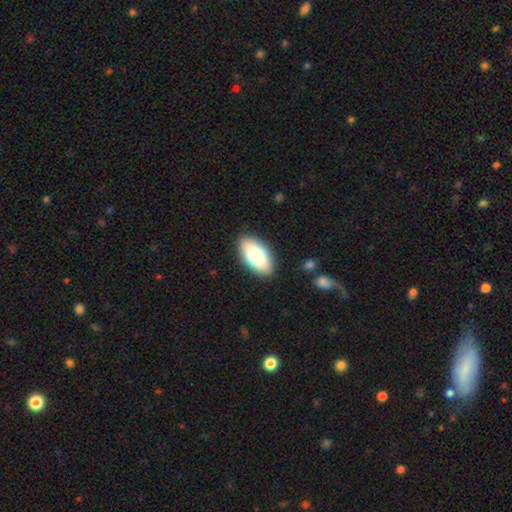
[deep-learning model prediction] Morphology: type=smooth (77%); roundness=in between (93%); merging=none (88%).